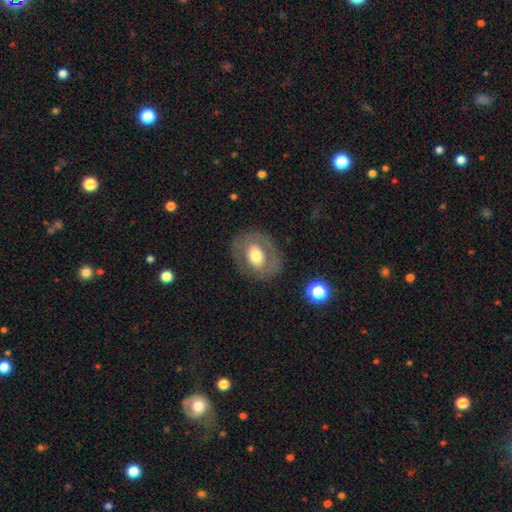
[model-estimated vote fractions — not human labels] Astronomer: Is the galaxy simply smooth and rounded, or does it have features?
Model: smooth — 49% (runner-up: featured or disk, 43%).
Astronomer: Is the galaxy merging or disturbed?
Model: none — 79%.